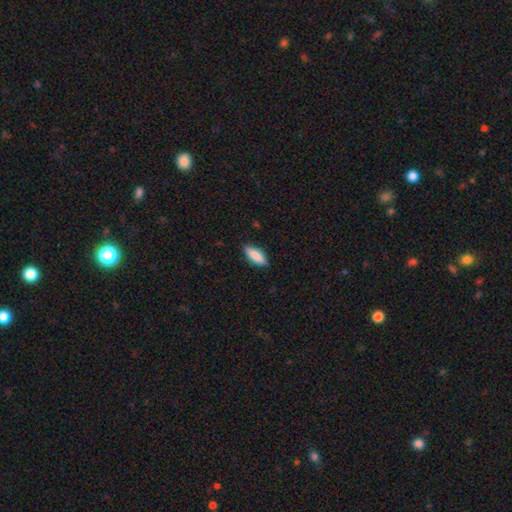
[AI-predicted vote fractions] Q: Smooth or featured?
A: smooth (86%); runner-up: featured or disk (8%)
Q: How rounded?
A: in between (66%); runner-up: cigar-shaped (32%)
Q: Merging?
A: none (86%); runner-up: minor disturbance (10%)